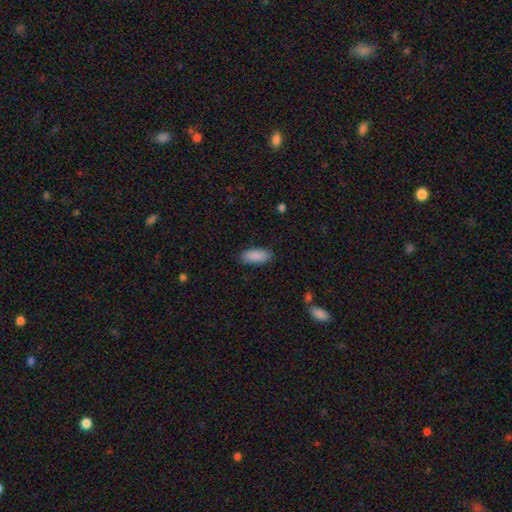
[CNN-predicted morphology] Smooth or featured: smooth — 90% (star or artifact — 6%)
How rounded: in between — 86% (cigar-shaped — 13%)
Merging: none — 86% (minor disturbance — 11%)